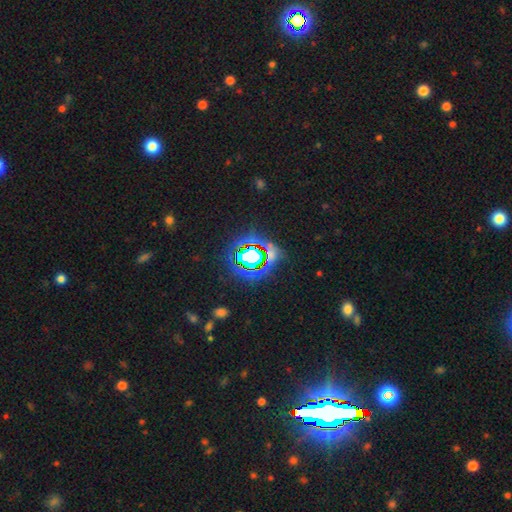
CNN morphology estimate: star or artifact 74%, smooth 17%, featured or disk 10%.